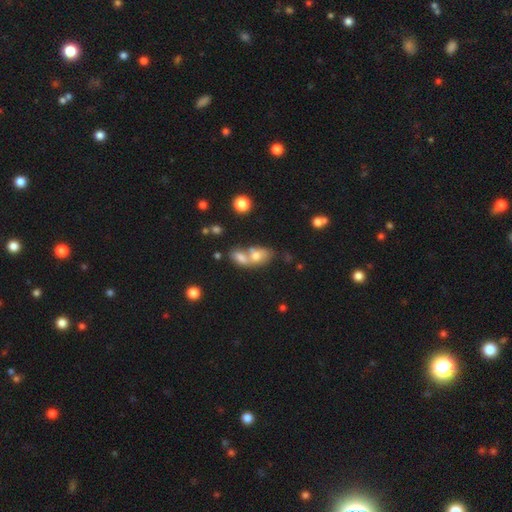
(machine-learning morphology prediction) This is likely a smooth galaxy (68%). How rounded: clearly in between (81%). Merging: likely merger (67%).